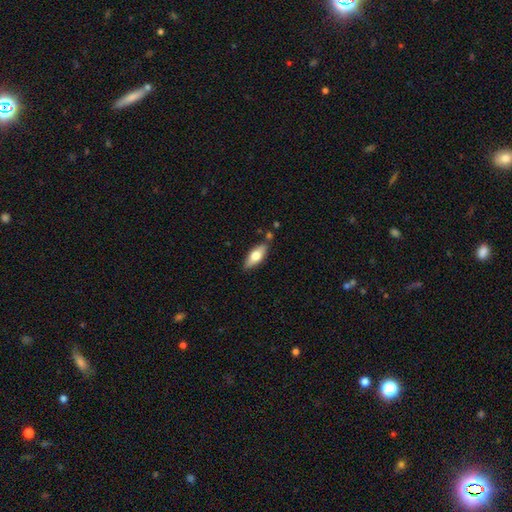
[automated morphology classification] This appears to be a smooth galaxy with no disk features (64%) that is in between round and cigar-shaped (73%). Merging: none (79%).